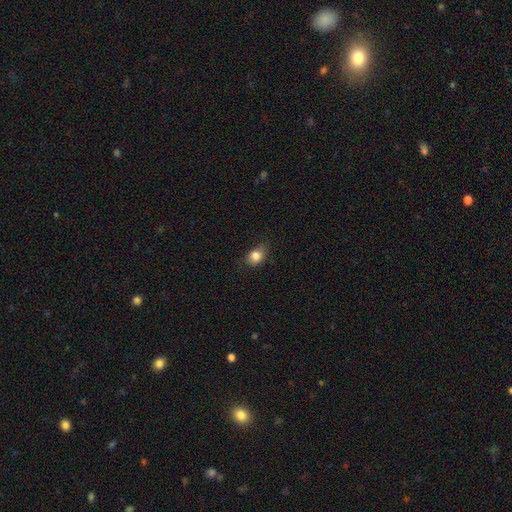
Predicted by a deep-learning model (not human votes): The model was most divided on "how rounded": in between: 54%, round: 45%, cigar-shaped: 1%. More confident: smooth or featured — smooth (83%); merging — none (66%).